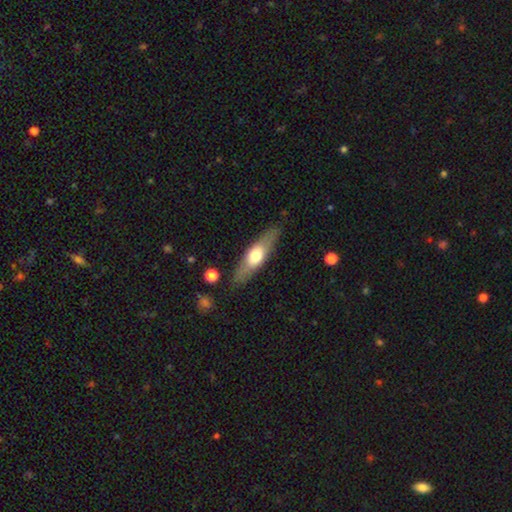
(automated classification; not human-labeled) A smooth galaxy with no disk features (49%). Merging: none (83%).